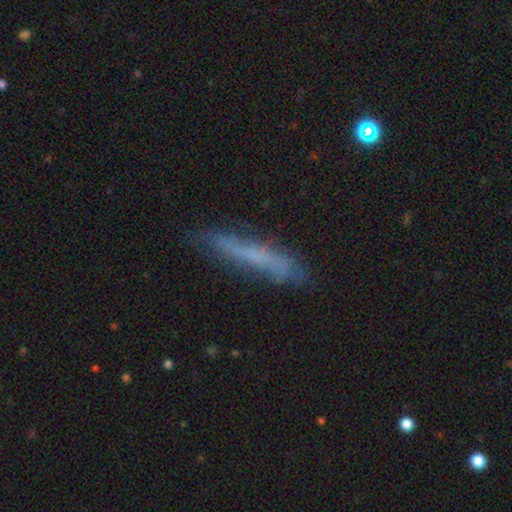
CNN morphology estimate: The model was most divided on "smooth or featured": smooth: 49%, featured or disk: 42%, star or artifact: 9%. More confident: merging — none (72%).